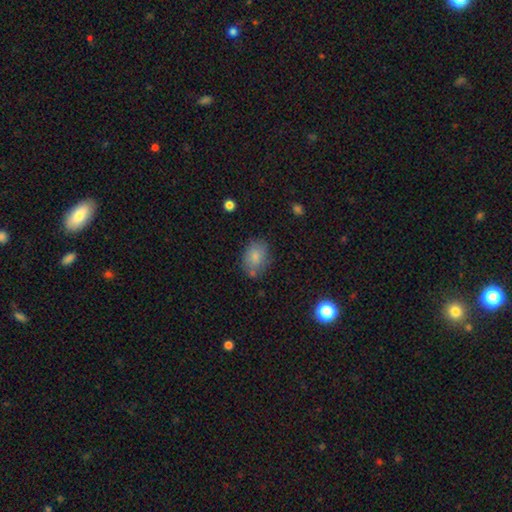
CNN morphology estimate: This appears to be a smooth galaxy with no disk features (80%) that is in between round and cigar-shaped (77%). Merging: none (68%).